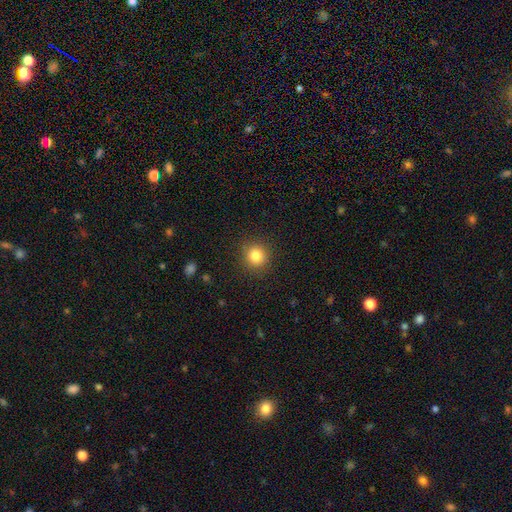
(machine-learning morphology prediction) A smooth galaxy with no disk features (82%) that is round (90%). Merging: none (89%).